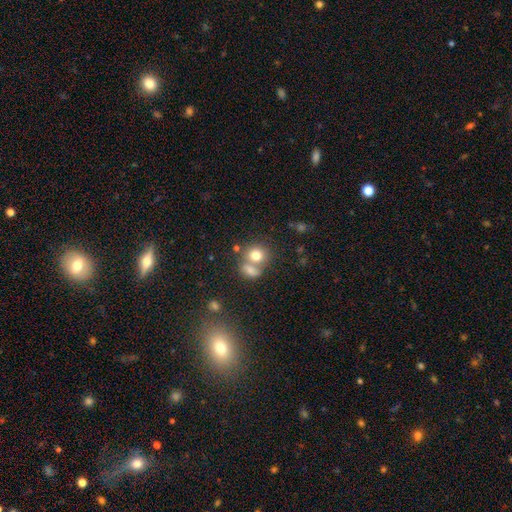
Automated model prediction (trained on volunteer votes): Overall: smooth (77%). How rounded: round (72%). Merging: none (44%; merger 42%).